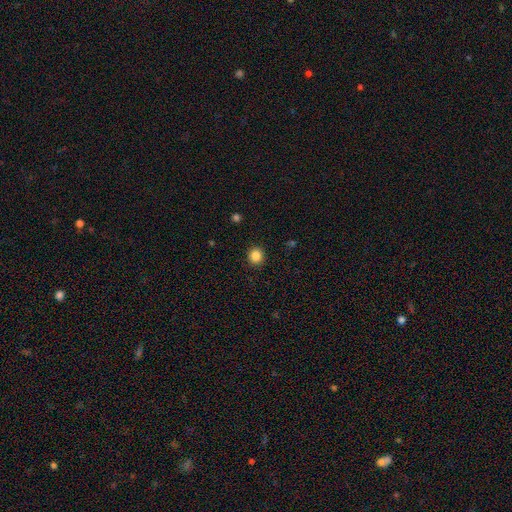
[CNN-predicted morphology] smooth_or_featured: smooth (p=0.86) [alt: star or artifact p=0.10]
how_rounded: round (p=0.89) [alt: in between p=0.10]
merging: none (p=0.91) [alt: minor disturbance p=0.06]